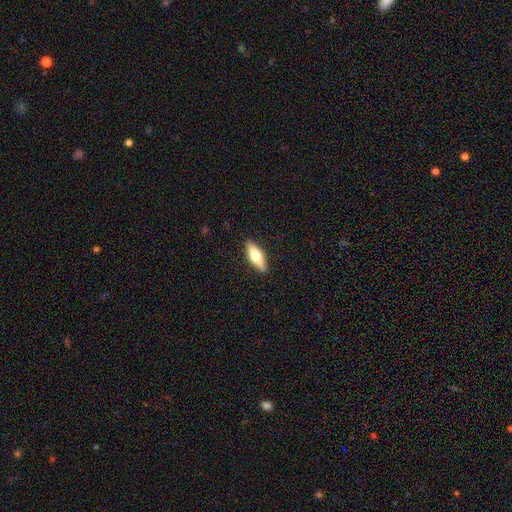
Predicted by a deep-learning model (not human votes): smooth-or-featured: smooth: 58% | featured or disk: 36% | star or artifact: 6%
  how-rounded: in between: 53% | cigar-shaped: 45% | round: 2%
  merging: none: 89% | minor disturbance: 8% | major disturbance: 2% | merger: 1%